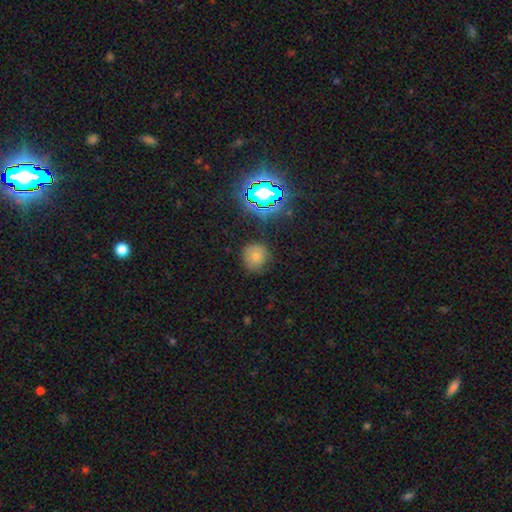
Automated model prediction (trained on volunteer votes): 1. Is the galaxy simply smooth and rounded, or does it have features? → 68% smooth, 20% star or artifact, 12% featured or disk.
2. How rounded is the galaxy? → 89% round, 10% in between, 1% cigar-shaped.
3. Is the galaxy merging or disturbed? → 78% none, 15% minor disturbance, 4% major disturbance, 2% merger.